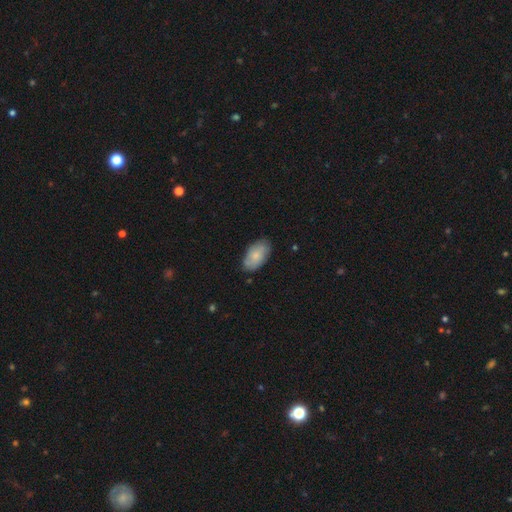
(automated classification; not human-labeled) Q: Smooth or featured?
A: smooth (75%); runner-up: featured or disk (19%)
Q: How rounded?
A: in between (94%); runner-up: round (4%)
Q: Merging?
A: none (79%); runner-up: minor disturbance (17%)